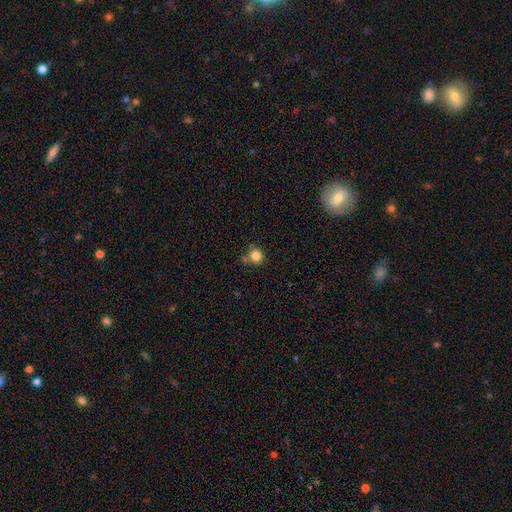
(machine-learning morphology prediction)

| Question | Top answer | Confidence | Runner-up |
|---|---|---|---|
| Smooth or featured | smooth | 84% | star or artifact (11%) |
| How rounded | round | 87% | in between (12%) |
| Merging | none | 66% | minor disturbance (16%) |